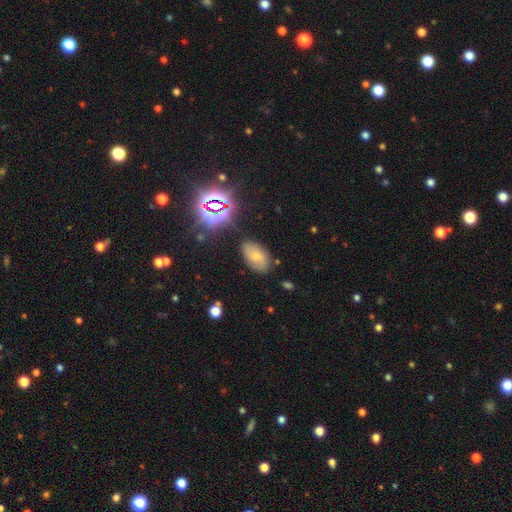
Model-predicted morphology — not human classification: type=smooth (59%); roundness=in between (92%); merging=none (78%).